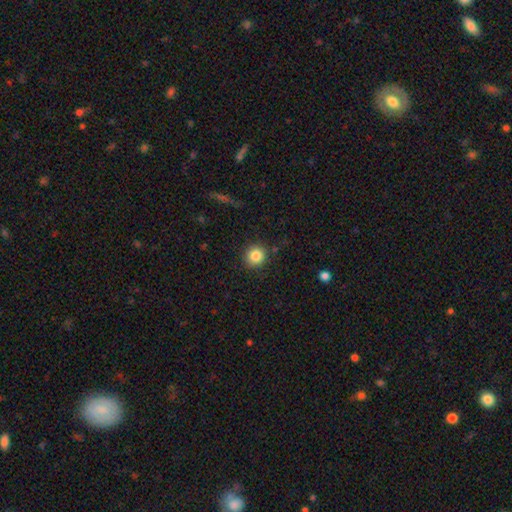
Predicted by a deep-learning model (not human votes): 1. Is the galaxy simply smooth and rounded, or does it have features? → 85% smooth, 10% star or artifact, 5% featured or disk.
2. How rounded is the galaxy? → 90% round, 9% in between, 1% cigar-shaped.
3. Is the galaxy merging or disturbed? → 88% none, 8% minor disturbance, 3% major disturbance, 1% merger.